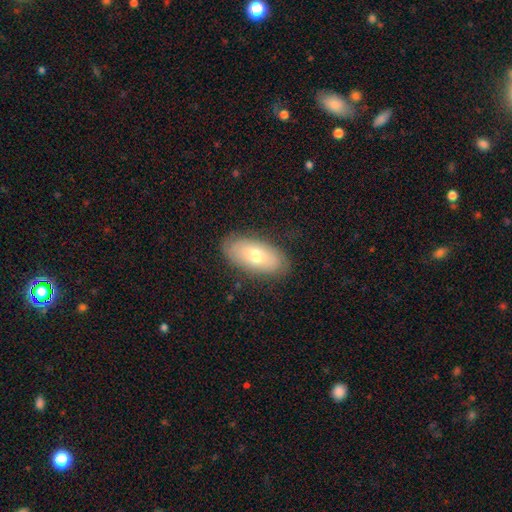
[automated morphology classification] Smooth or featured?
  - smooth: 62% *
  - featured or disk: 30%
  - star or artifact: 7%
How rounded?
  - in between: 91% *
  - cigar-shaped: 5%
  - round: 4%
Merging?
  - none: 83% *
  - minor disturbance: 13%
  - major disturbance: 3%
  - merger: 1%